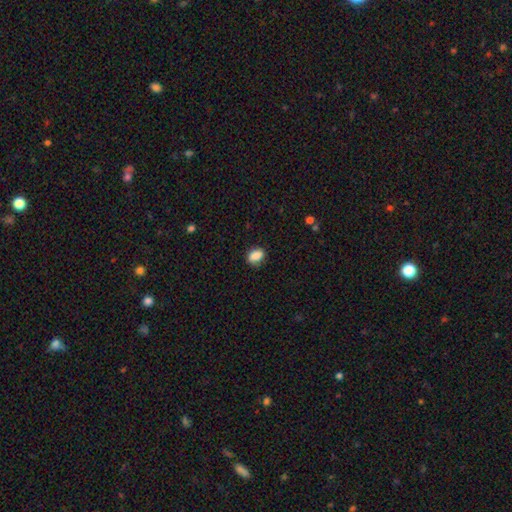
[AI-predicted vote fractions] This appears to be a smooth galaxy with no disk features (85%) that is in between round and cigar-shaped (74%). Merging: none (80%).